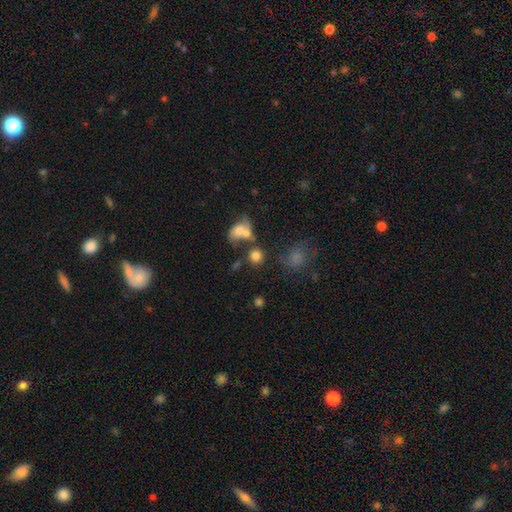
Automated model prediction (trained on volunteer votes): Smooth or featured? smooth (79%)
How rounded? round (80%)
Merging? none (56%)